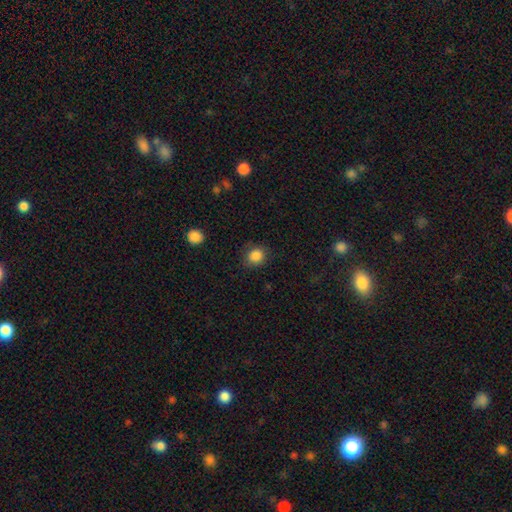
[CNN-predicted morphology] type=smooth (86%); roundness=round (78%); merging=none (81%).